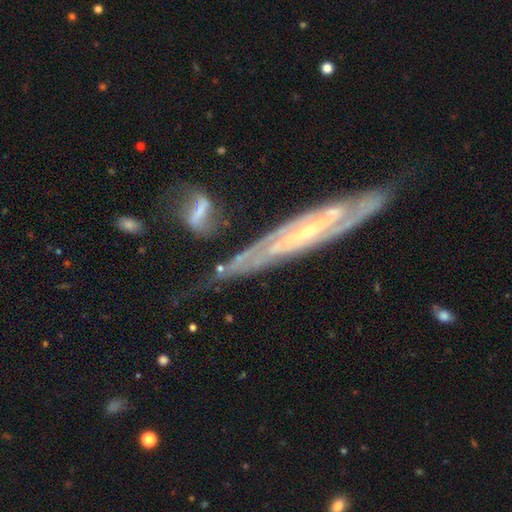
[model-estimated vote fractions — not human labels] This appears to be a featured or disk galaxy (86%) with a weak bar (36%), 2 (51%) tight (60%) spiral arms (94%) and a small central bulge (77%). Merging: none (65%).